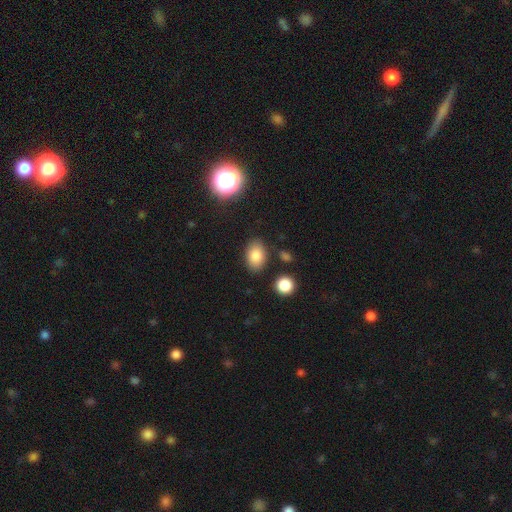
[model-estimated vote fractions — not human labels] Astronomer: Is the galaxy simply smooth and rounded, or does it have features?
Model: smooth — 82%.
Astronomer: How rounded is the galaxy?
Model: in between — 83%.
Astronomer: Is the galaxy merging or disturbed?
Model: none — 82%.